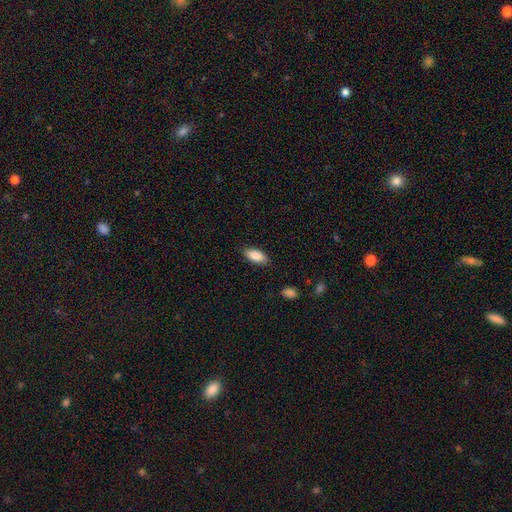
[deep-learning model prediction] A smooth galaxy with no disk features (88%) that is in between round and cigar-shaped (88%). Merging: none (86%).